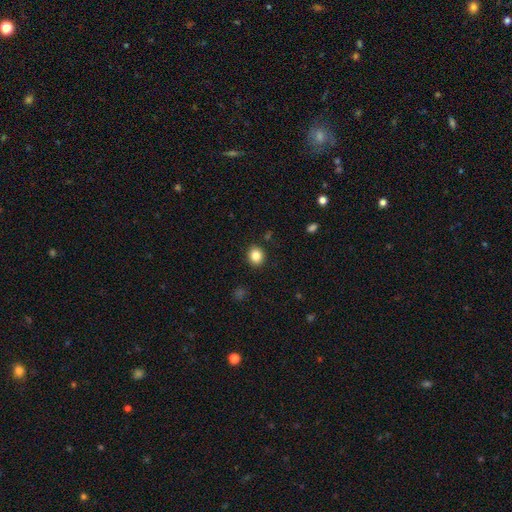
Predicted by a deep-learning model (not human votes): A smooth galaxy with no disk features (84%) that is round (80%).

Vote fractions:
- Smooth or featured? smooth: 84% / star or artifact: 11% / featured or disk: 5%
- How rounded? round: 80% / in between: 19% / cigar-shaped: 1%
- Merging? none: 91% / minor disturbance: 6% / major disturbance: 2% / merger: 1%